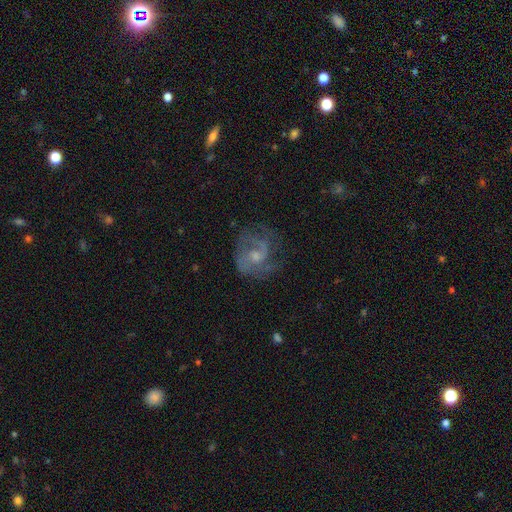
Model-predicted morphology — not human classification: Smooth or featured? featured or disk (77%)
Edge-on disk? no (98%)
Bar? no (60%)
Spiral arms? yes (90%)
Spiral winding? medium (50%)
Spiral arm count? 2 (56%)
Bulge size? small (48%)
Merging? none (57%)